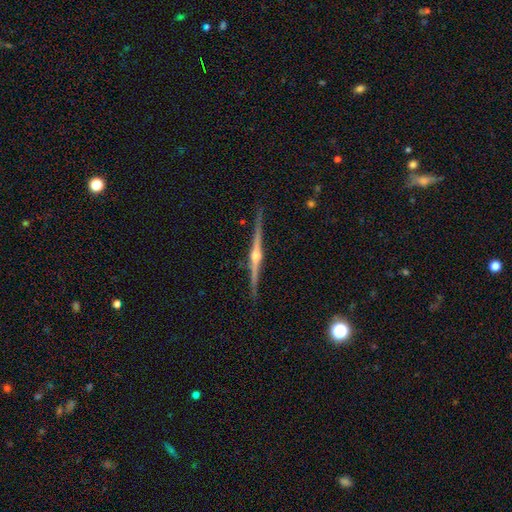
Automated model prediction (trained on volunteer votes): A featured or disk galaxy (89%) viewed edge-on (99%) with a rounded central bulge (94%).

Vote fractions:
- Smooth or featured? featured or disk: 89% / smooth: 6% / star or artifact: 5%
- Edge-on disk? yes: 99% / no: 1%
- Edge-on bulge? rounded: 94% / boxy: 3% / none: 3%
- Merging? none: 92% / minor disturbance: 6% / major disturbance: 1% / merger: 1%